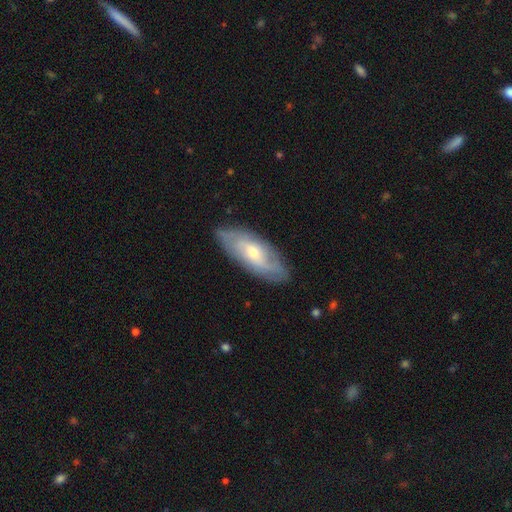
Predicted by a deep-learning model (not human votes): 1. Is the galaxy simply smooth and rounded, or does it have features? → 63% featured or disk, 29% smooth, 8% star or artifact.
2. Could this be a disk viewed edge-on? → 79% no, 21% yes.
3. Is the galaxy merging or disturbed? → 84% none, 12% minor disturbance, 3% major disturbance, 1% merger.